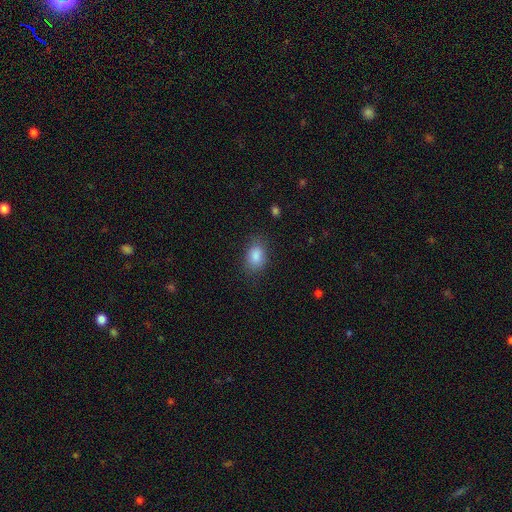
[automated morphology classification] The model was most divided on "how rounded": in between: 81%, round: 18%, cigar-shaped: 1%. More confident: smooth or featured — smooth (86%); merging — none (80%).